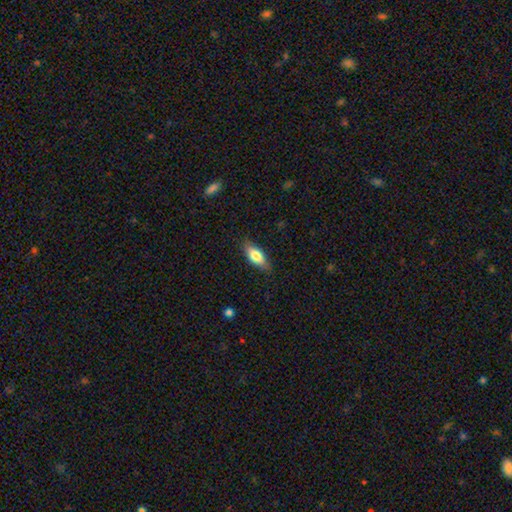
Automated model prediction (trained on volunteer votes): This appears to be a smooth galaxy with no disk features (75%) that is in between round and cigar-shaped (77%). Merging: none (83%).